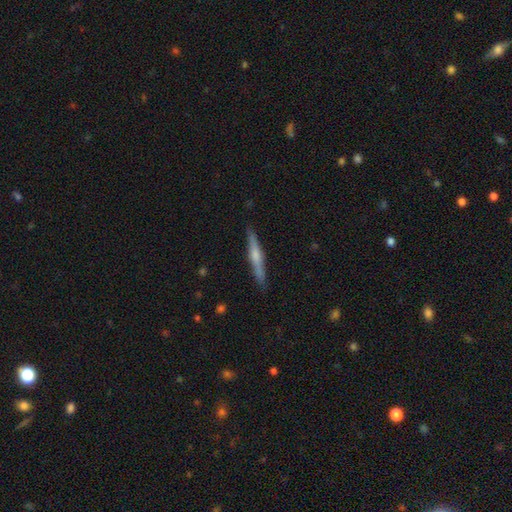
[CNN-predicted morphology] The model was most divided on "smooth or featured": featured or disk: 56%, smooth: 38%, star or artifact: 6%. More confident: edge-on disk — yes (97%); merging — none (89%); edge-on bulge — rounded (64%).